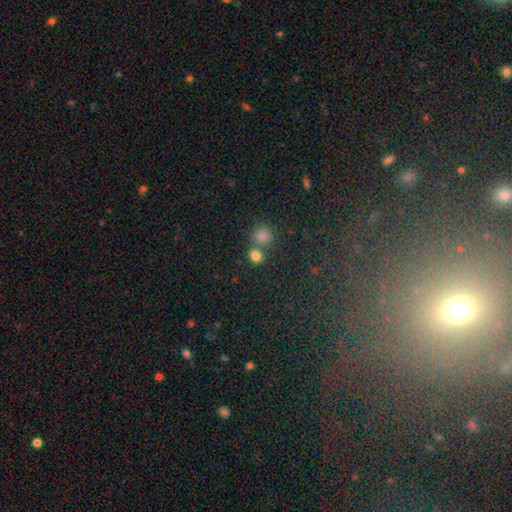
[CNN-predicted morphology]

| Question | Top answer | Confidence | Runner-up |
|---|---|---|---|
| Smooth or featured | smooth | 79% | star or artifact (15%) |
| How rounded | round | 73% | in between (26%) |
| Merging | none | 58% | merger (30%) |